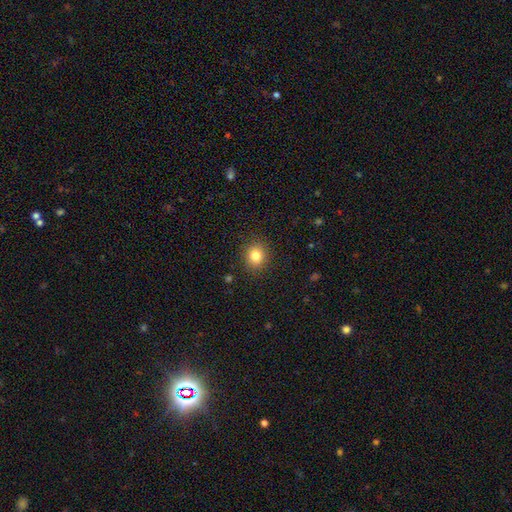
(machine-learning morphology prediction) Smooth or featured: smooth — 82% (star or artifact — 11%)
How rounded: round — 77% (in between — 22%)
Merging: none — 89% (minor disturbance — 7%)